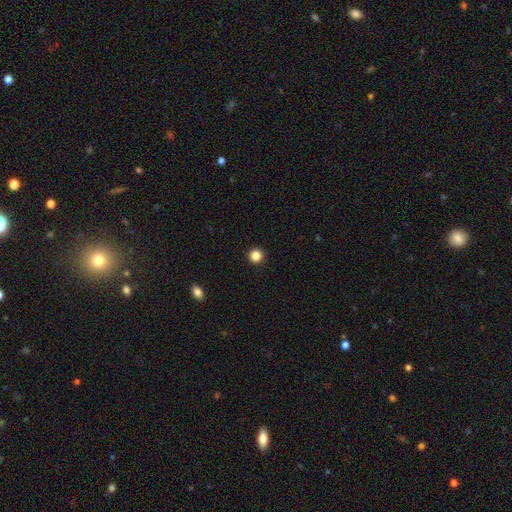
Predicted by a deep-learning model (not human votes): Smooth or featured?
  - smooth: 85% *
  - star or artifact: 12%
  - featured or disk: 3%
How rounded?
  - round: 96% *
  - in between: 3%
  - cigar-shaped: 1%
Merging?
  - none: 93% *
  - minor disturbance: 4%
  - major disturbance: 2%
  - merger: 1%